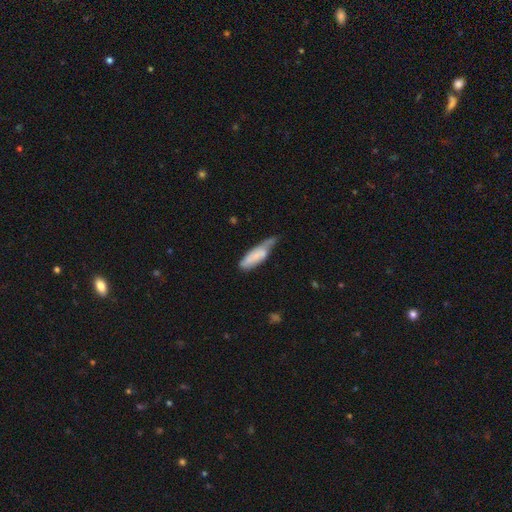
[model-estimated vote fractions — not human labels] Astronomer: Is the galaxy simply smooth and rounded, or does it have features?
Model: smooth — 68%.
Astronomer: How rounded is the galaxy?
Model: in between — 52% (runner-up: cigar-shaped, 46%).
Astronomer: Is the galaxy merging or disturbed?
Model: minor disturbance — 45% (runner-up: none, 29%).